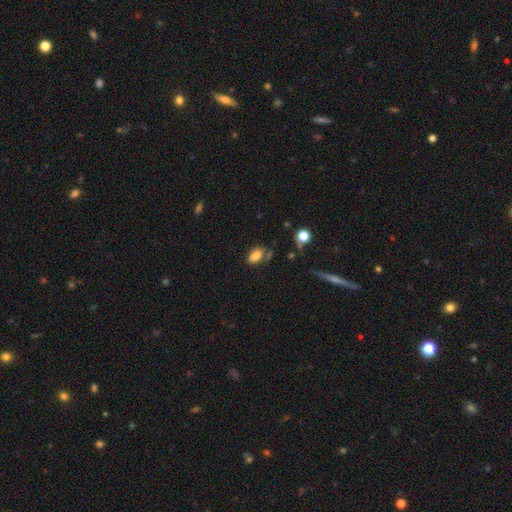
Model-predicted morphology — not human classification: Smooth or featured? Predicted: smooth (p=0.81). How rounded? Predicted: in between (p=0.88). Merging? Predicted: none (p=0.67).